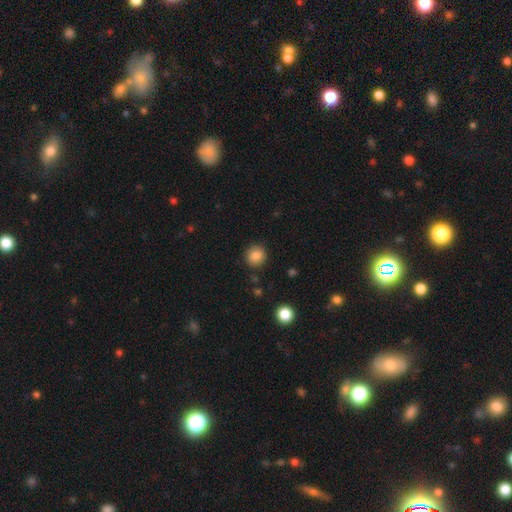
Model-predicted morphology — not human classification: Smooth or featured? smooth (85%)
How rounded? round (90%)
Merging? none (90%)